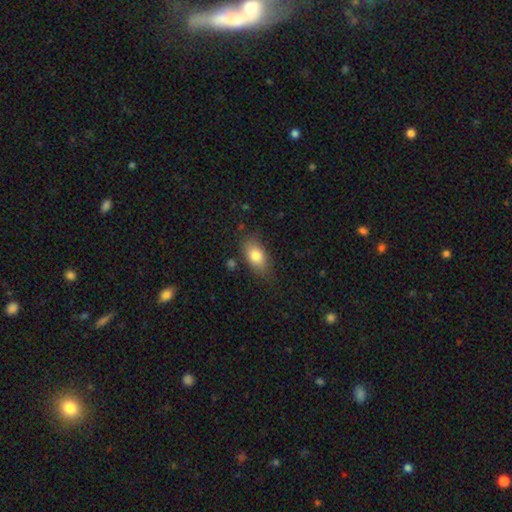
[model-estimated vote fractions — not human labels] Morphology: type=smooth (81%); roundness=in between (88%); merging=none (77%).